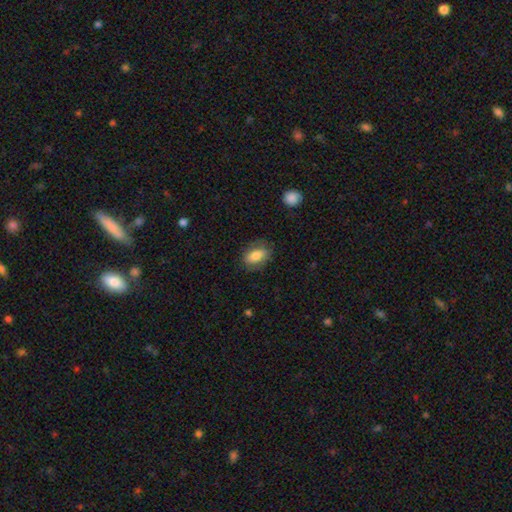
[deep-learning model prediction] Morphology: type=smooth (79%); roundness=in between (87%); merging=none (78%).